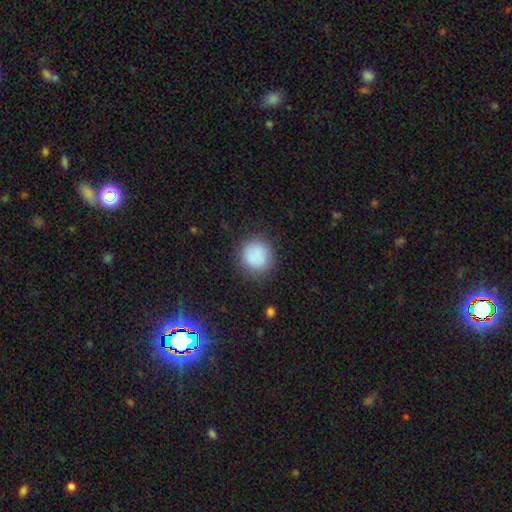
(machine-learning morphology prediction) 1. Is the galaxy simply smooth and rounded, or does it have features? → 84% smooth, 8% star or artifact, 7% featured or disk.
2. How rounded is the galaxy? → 90% round, 9% in between, 1% cigar-shaped.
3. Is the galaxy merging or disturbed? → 81% none, 12% minor disturbance, 5% major disturbance, 2% merger.